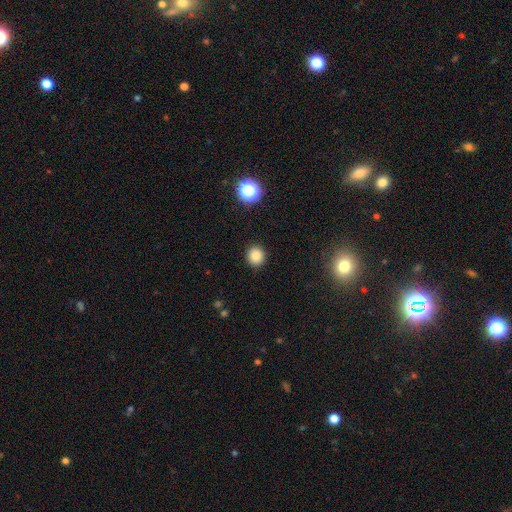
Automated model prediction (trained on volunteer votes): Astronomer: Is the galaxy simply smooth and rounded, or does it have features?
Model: smooth — 84%.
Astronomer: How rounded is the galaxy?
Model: round — 87%.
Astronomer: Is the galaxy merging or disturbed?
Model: none — 91%.